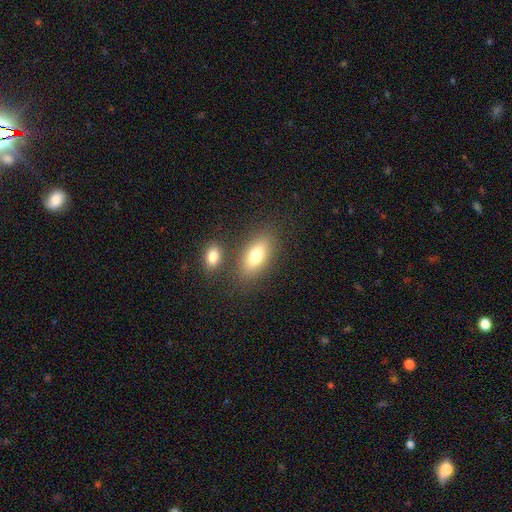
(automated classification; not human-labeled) Smooth or featured? Predicted: smooth (p=0.77). How rounded? Predicted: in between (p=0.87). Merging? Predicted: none (p=0.75).